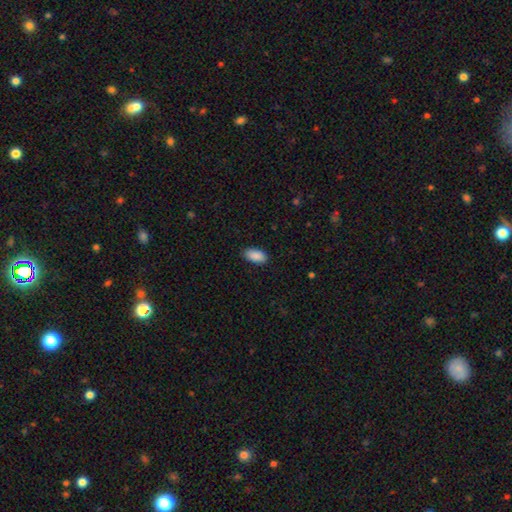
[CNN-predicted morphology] type=smooth (90%); roundness=in between (94%); merging=none (88%).